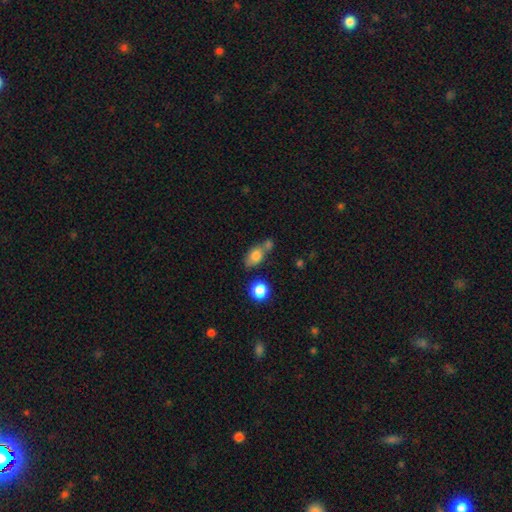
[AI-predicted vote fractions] This is likely a smooth galaxy (76%). How rounded: likely in between (72%). Merging: possibly none (47%).